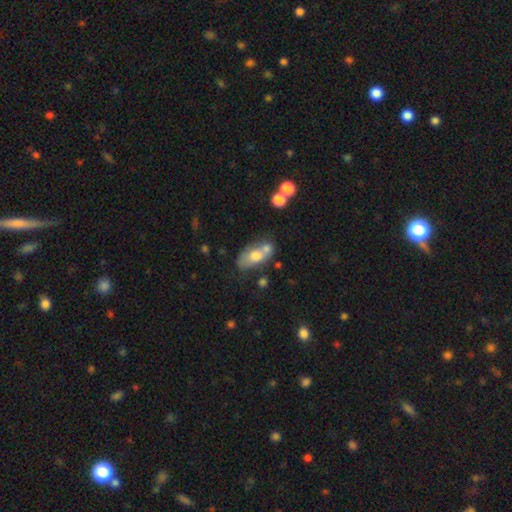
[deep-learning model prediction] Q: Smooth or featured?
A: smooth (64%); runner-up: featured or disk (28%)
Q: How rounded?
A: in between (84%); runner-up: round (8%)
Q: Merging?
A: none (38%); runner-up: merger (36%)